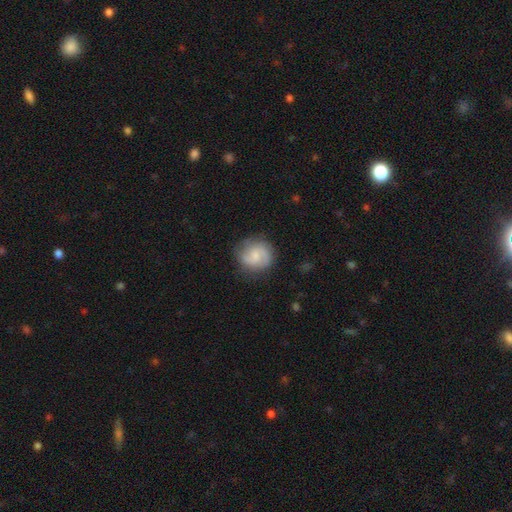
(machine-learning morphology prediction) Smooth or featured? featured or disk (57%)
Edge-on disk? no (98%)
Bar? no (51%)
Spiral arms? yes (91%)
Spiral winding? medium (47%)
Spiral arm count? 2 (80%)
Bulge size? small (51%)
Merging? none (78%)